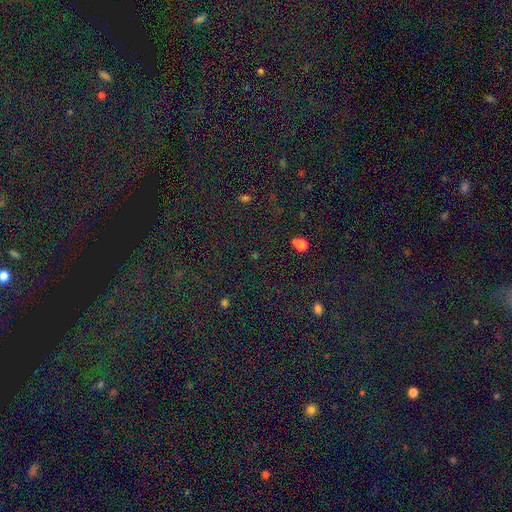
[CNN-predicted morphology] Overall: star or artifact (83%).